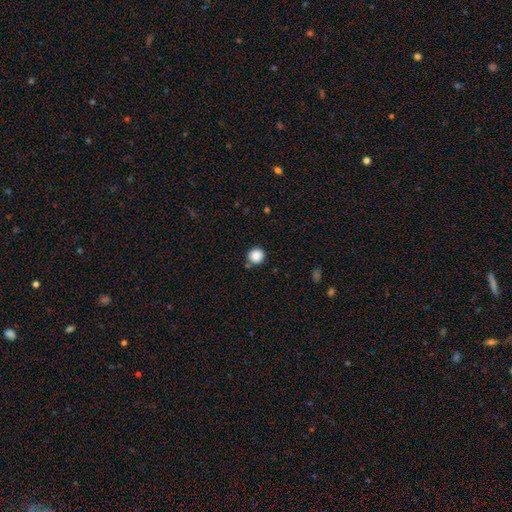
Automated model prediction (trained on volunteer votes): Q: Smooth or featured?
A: smooth (86%); runner-up: star or artifact (10%)
Q: How rounded?
A: round (93%); runner-up: in between (6%)
Q: Merging?
A: none (84%); runner-up: minor disturbance (8%)